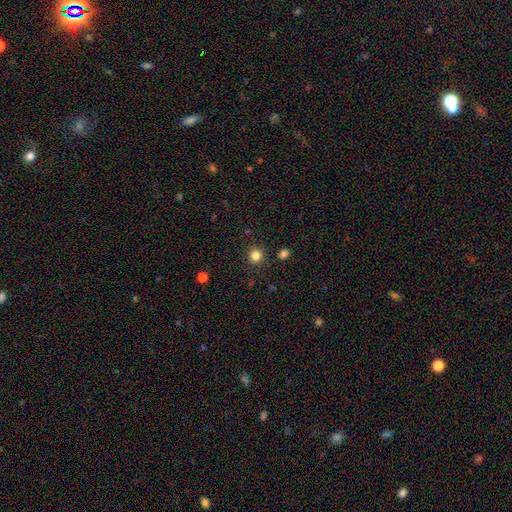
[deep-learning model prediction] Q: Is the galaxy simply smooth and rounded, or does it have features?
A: smooth — 82%.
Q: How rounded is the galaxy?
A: round — 93%.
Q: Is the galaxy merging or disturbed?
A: none — 89%.